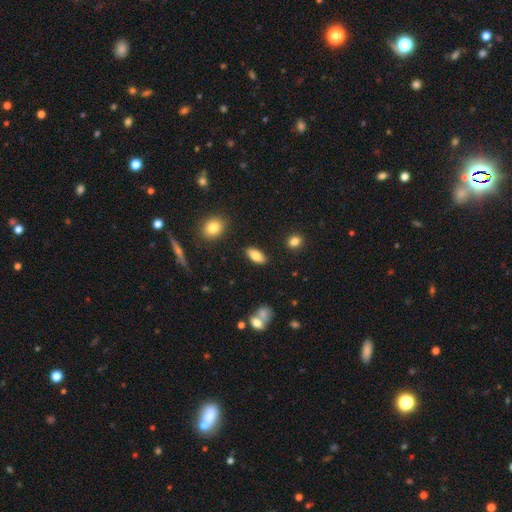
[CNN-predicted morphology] This is clearly a smooth galaxy (80%). How rounded: clearly in between (87%). Merging: clearly none (87%).